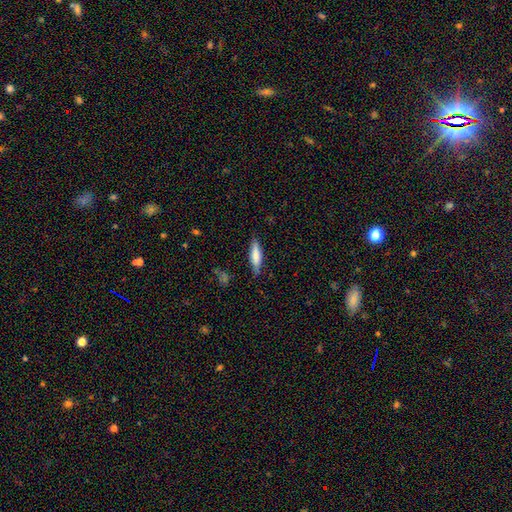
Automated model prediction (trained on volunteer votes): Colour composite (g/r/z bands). It shows a smooth galaxy with no disk features (75%) that is cigar-shaped (66%). Merging: none (81%).